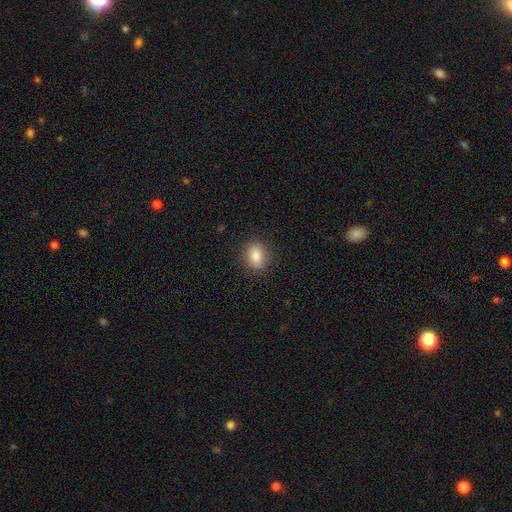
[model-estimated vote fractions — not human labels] Q: Smooth or featured?
A: smooth (85%); runner-up: star or artifact (9%)
Q: How rounded?
A: in between (64%); runner-up: round (34%)
Q: Merging?
A: none (88%); runner-up: minor disturbance (9%)